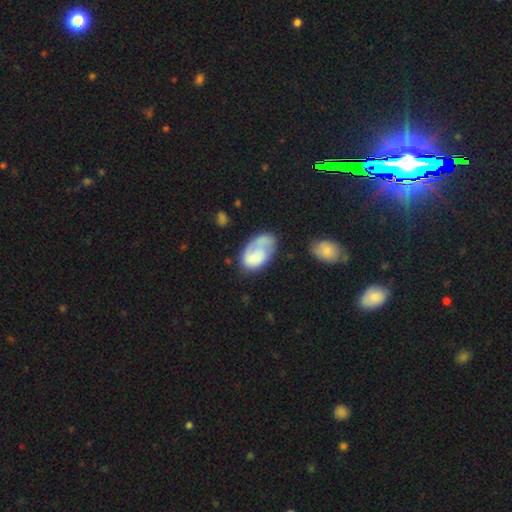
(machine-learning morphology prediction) smooth-or-featured: smooth: 62% | featured or disk: 32% | star or artifact: 7%
  how-rounded: in between: 92% | round: 7% | cigar-shaped: 1%
  merging: none: 42% | minor disturbance: 27% | major disturbance: 22% | merger: 9%